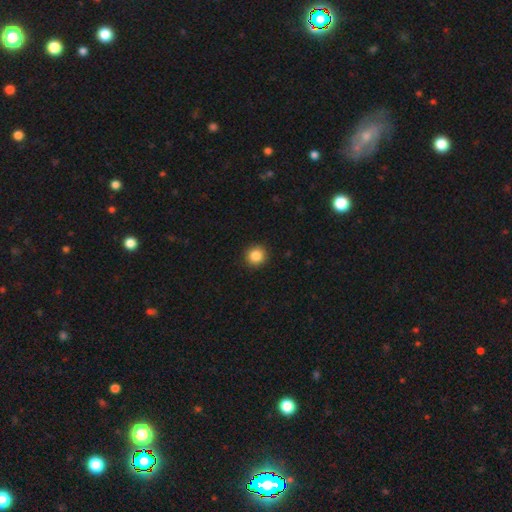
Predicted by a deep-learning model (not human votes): Q: Smooth or featured?
A: smooth (86%); runner-up: star or artifact (10%)
Q: How rounded?
A: round (94%); runner-up: in between (5%)
Q: Merging?
A: none (92%); runner-up: minor disturbance (5%)